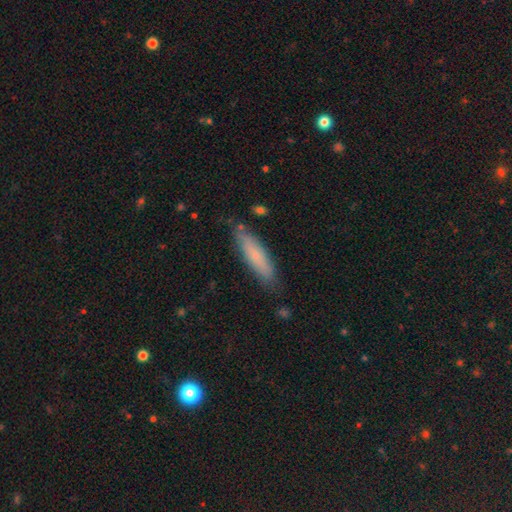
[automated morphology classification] This appears to be a smooth galaxy with no disk features (74%) that is cigar-shaped (77%). Merging: none (80%).